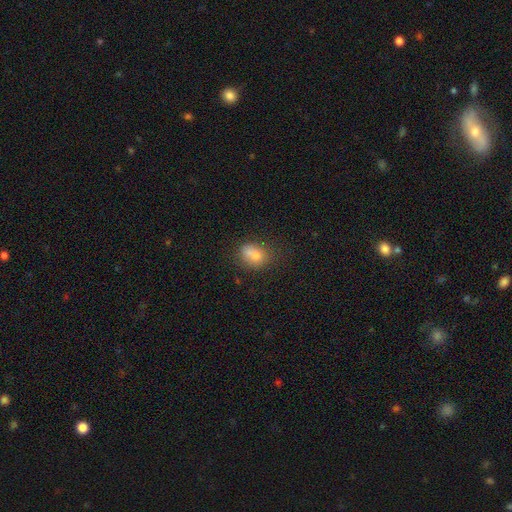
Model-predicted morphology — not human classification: Smooth or featured?
  - smooth: 74% *
  - featured or disk: 15%
  - star or artifact: 12%
How rounded?
  - in between: 61% *
  - round: 37%
  - cigar-shaped: 2%
Merging?
  - none: 47% *
  - merger: 25%
  - minor disturbance: 20%
  - major disturbance: 8%